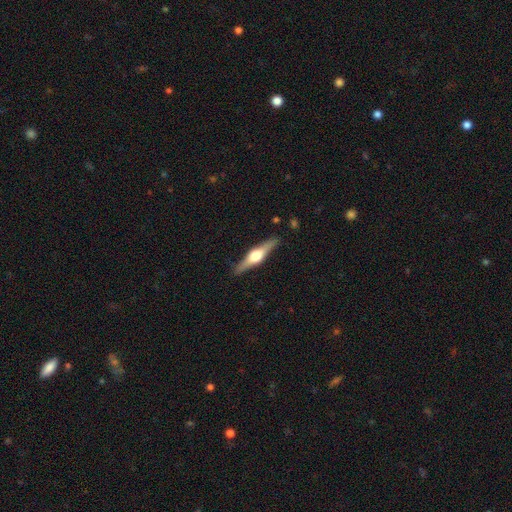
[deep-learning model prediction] smooth-or-featured: featured or disk: 76% | smooth: 19% | star or artifact: 5%
  disk-edge-on: yes: 98% | no: 2%
    edge-on-bulge: rounded: 94% | boxy: 5% | none: 1%
  merging: none: 89% | minor disturbance: 8% | major disturbance: 2% | merger: 1%